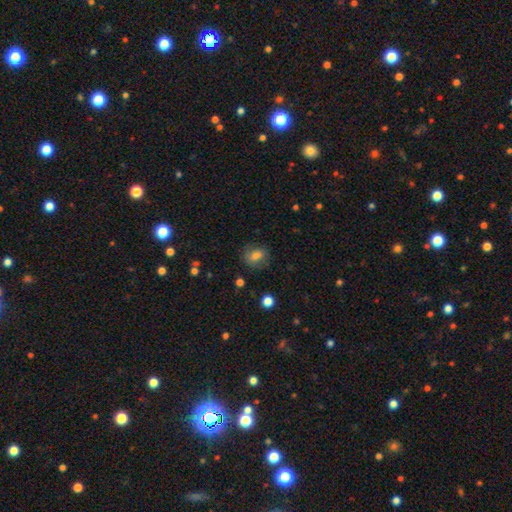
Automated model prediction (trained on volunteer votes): Smooth or featured?
  - smooth: 73% *
  - featured or disk: 15%
  - star or artifact: 11%
How rounded?
  - round: 51% *
  - in between: 48%
  - cigar-shaped: 2%
Merging?
  - none: 72% *
  - minor disturbance: 19%
  - major disturbance: 7%
  - merger: 2%